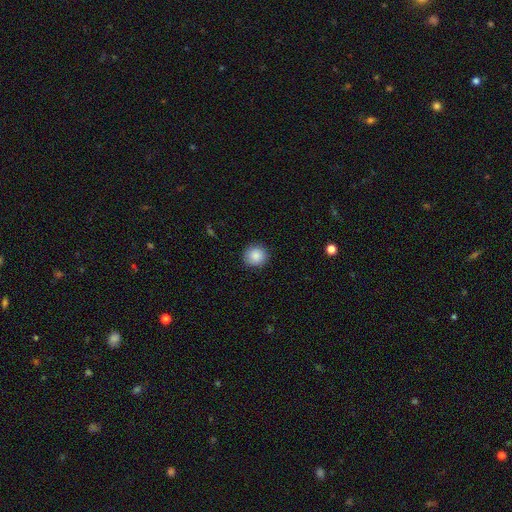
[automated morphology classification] type=smooth (88%); roundness=round (91%); merging=none (89%).